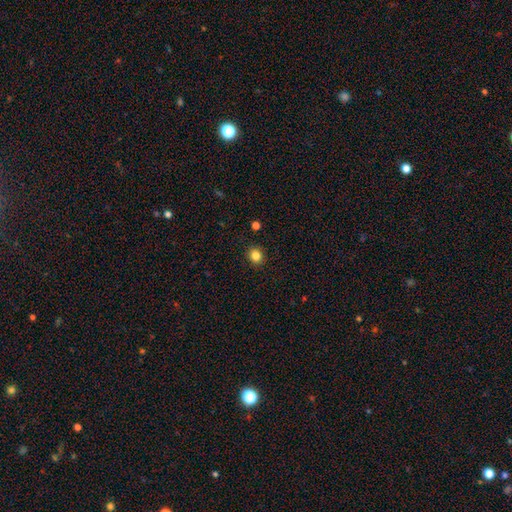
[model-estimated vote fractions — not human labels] This appears to be a smooth galaxy with no disk features (84%) that is round (80%). Merging: none (91%).